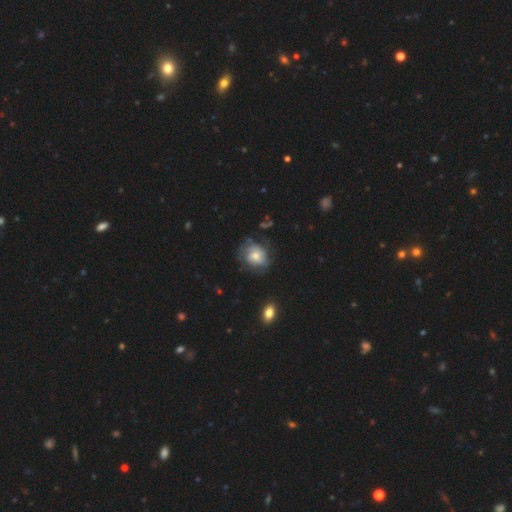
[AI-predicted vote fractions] Morphology: type=featured or disk (58%); edge-on=no (97%); bar=no (73%); spiral arms=yes (84%); bulge=moderate (50%); merging=none (63%).